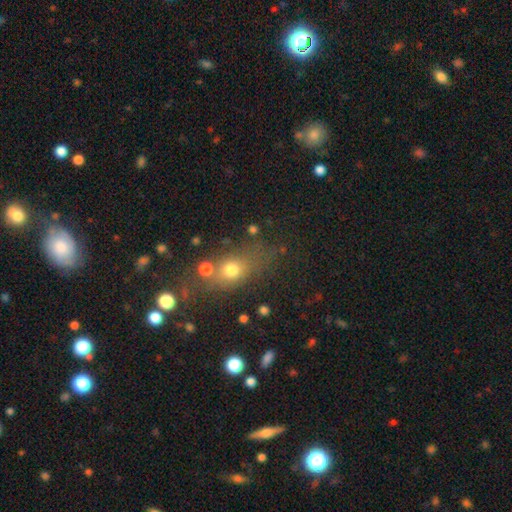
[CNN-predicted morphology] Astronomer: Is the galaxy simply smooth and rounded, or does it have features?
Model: smooth — 48% (runner-up: star or artifact, 35%).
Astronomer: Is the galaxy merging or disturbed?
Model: none — 66%.